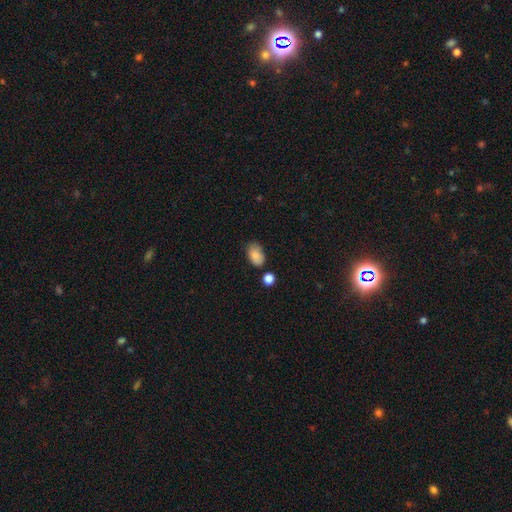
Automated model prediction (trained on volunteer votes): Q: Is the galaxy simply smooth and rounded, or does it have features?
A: smooth — 85%.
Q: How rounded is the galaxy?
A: in between — 90%.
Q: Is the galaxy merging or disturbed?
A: none — 63%.